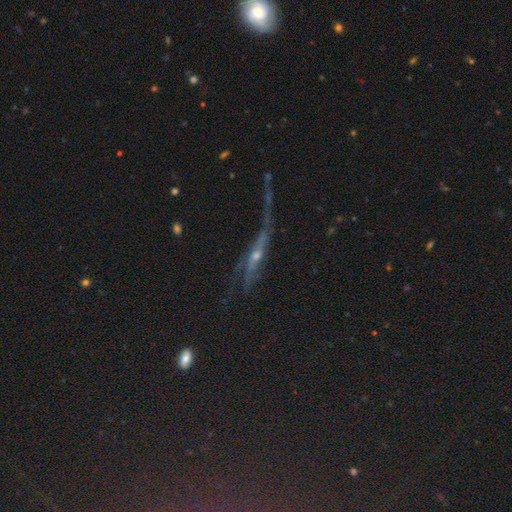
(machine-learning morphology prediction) This is likely a featured or disk galaxy (66%). It is likely viewed edge-on (61%). Merging: marginally none (41%).